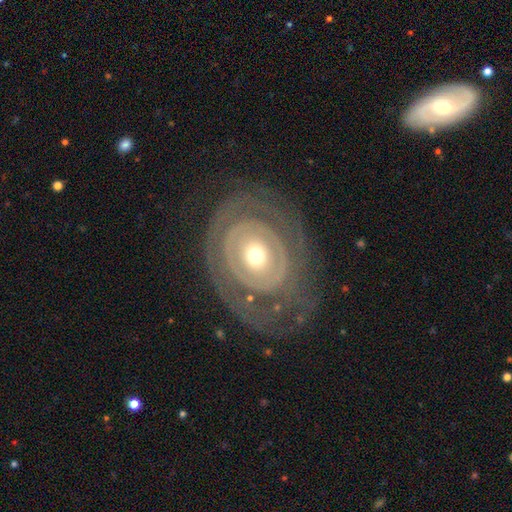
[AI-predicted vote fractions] featured or disk 74%, smooth 20%, star or artifact 5%. Down the decision tree: edge-on disk — no (95%); bar — no (84%); spiral arms — no (56%); bulge size — moderate (61%); merging — none (69%).